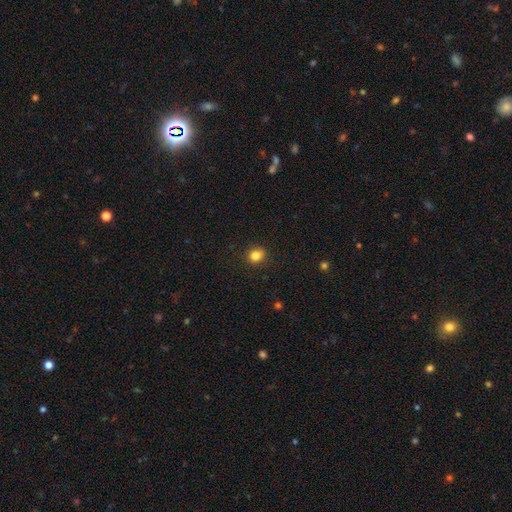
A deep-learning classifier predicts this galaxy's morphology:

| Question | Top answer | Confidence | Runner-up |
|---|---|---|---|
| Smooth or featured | smooth | 83% | star or artifact (12%) |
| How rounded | round | 80% | in between (19%) |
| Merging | none | 86% | minor disturbance (10%) |